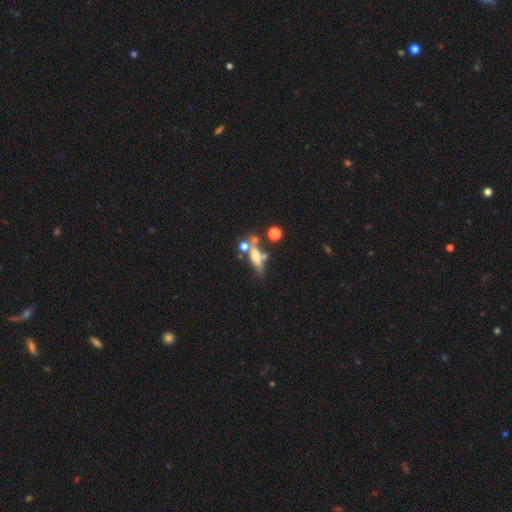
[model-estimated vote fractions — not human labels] Smooth or featured? smooth (49%)
Merging? none (44%)